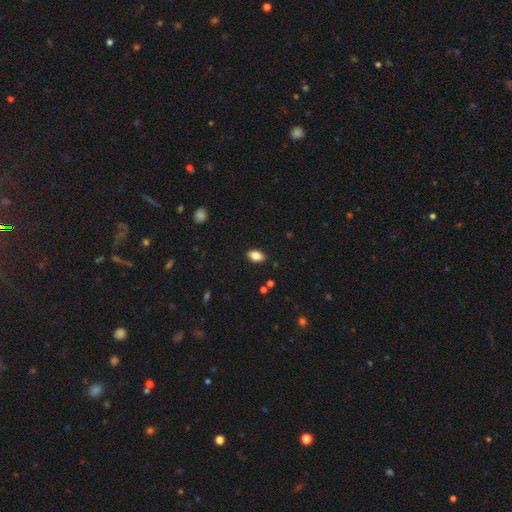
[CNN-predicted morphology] A smooth galaxy with no disk features (84%) that is in between round and cigar-shaped (90%).

Vote fractions:
- Smooth or featured? smooth: 84% / star or artifact: 9% / featured or disk: 7%
- How rounded? in between: 90% / round: 8% / cigar-shaped: 2%
- Merging? none: 88% / minor disturbance: 9% / major disturbance: 2% / merger: 1%